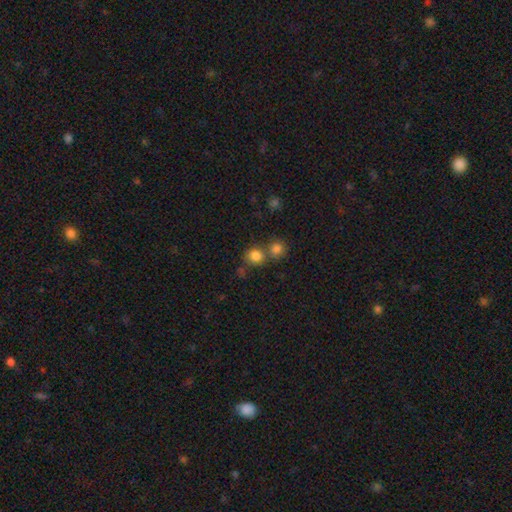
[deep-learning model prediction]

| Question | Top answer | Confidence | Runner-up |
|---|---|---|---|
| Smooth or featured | smooth | 81% | star or artifact (12%) |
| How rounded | round | 84% | in between (15%) |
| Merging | none | 54% | merger (34%) |